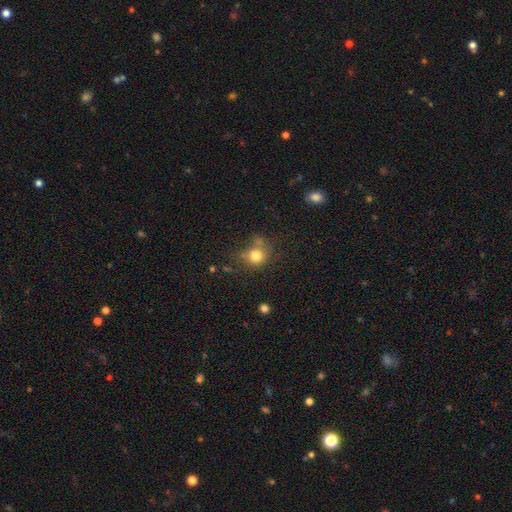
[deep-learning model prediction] Smooth or featured?
  - smooth: 78% *
  - star or artifact: 13%
  - featured or disk: 9%
How rounded?
  - round: 83% *
  - in between: 16%
  - cigar-shaped: 1%
Merging?
  - none: 60% *
  - minor disturbance: 18%
  - merger: 14%
  - major disturbance: 8%